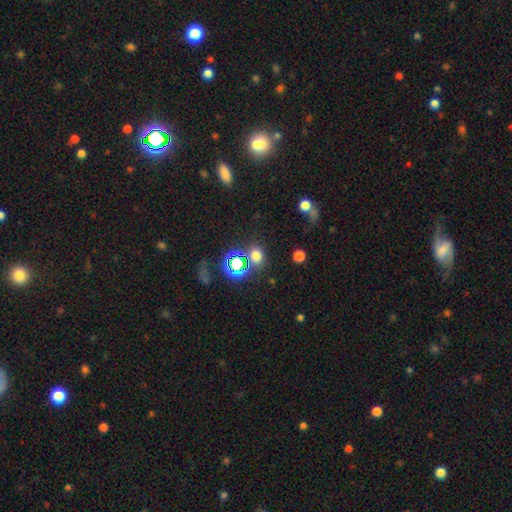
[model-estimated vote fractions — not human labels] Smooth or featured? smooth (61%)
How rounded? round (61%)
Merging? none (76%)